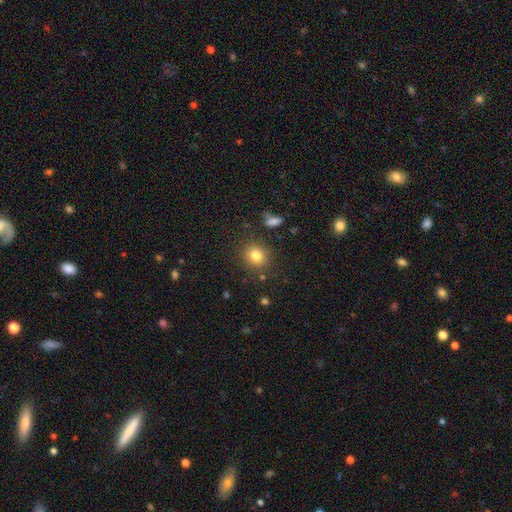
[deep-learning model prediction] This appears to be a smooth galaxy with no disk features (80%) that is round (83%). Merging: none (85%).